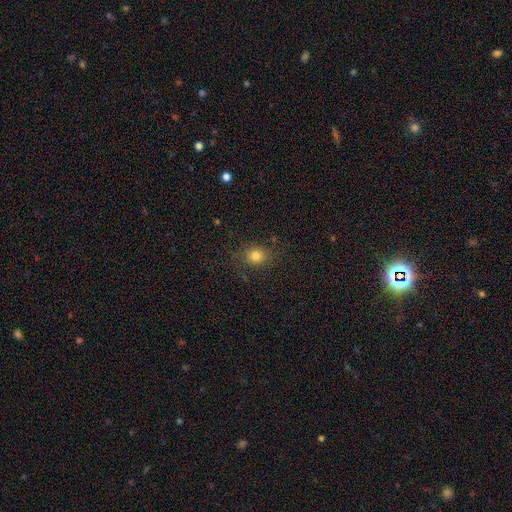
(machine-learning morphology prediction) Q: Smooth or featured?
A: smooth (78%); runner-up: star or artifact (14%)
Q: How rounded?
A: round (73%); runner-up: in between (26%)
Q: Merging?
A: none (80%); runner-up: minor disturbance (13%)